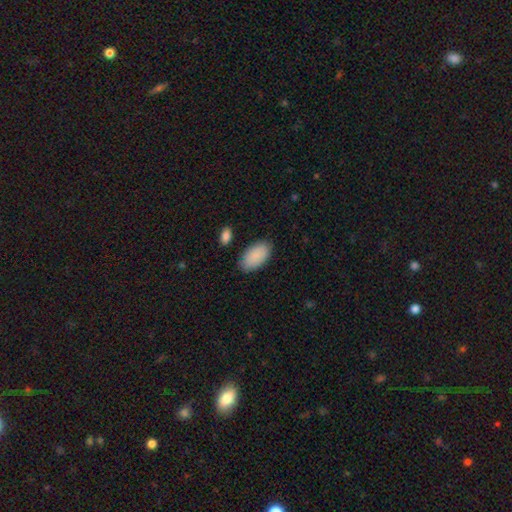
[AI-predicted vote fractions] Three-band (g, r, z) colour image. It shows a smooth galaxy with no disk features (90%) that is in between round and cigar-shaped (95%). Merging: none (85%).